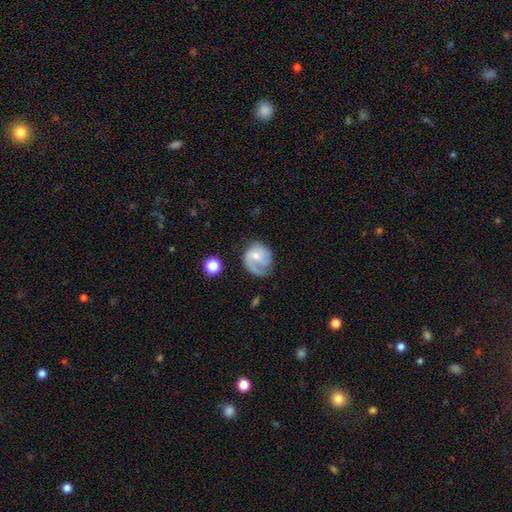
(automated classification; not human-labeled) smooth_or_featured: featured or disk (p=0.68) [alt: smooth p=0.25]
disk_edge_on: no (p=0.98) [alt: yes p=0.02]
bar: no (p=0.63) [alt: weak p=0.32]
has_spiral_arms: yes (p=0.90) [alt: no p=0.10]
spiral_winding: medium (p=0.41) [alt: tight p=0.37]
spiral_arm_count: 1 (p=0.40) [alt: 2 p=0.36]
bulge_size: small (p=0.55) [alt: moderate p=0.36]
merging: none (p=0.55) [alt: minor disturbance p=0.24]